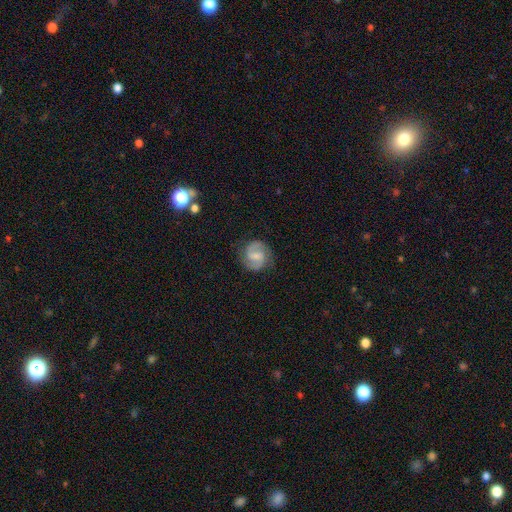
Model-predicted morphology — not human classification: smooth-or-featured: featured or disk: 80% | smooth: 14% | star or artifact: 6%
  disk-edge-on: no: 98% | yes: 2%
    bar: weak: 58% | no: 23% | strong: 19%
    has-spiral-arms: yes: 96% | no: 4%
      spiral-winding: medium: 55% | tight: 24% | loose: 20%
      spiral-arm-count: 2: 92% | can't tell: 3% | 1: 2% | 3: 1% | 4: 1% | more than 4: 1%
    bulge-size: small: 34% | none: 32% | moderate: 28% | large: 4% | dominant: 1%
  merging: none: 82% | minor disturbance: 13% | major disturbance: 4% | merger: 1%